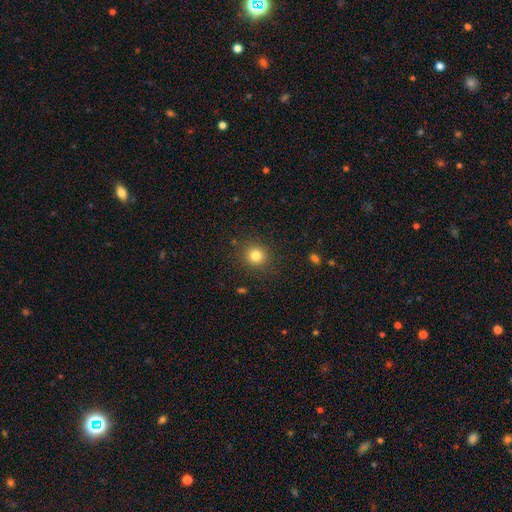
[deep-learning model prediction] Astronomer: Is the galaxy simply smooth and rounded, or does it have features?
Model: smooth — 81%.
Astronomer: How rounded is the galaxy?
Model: round — 89%.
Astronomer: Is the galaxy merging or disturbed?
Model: none — 88%.